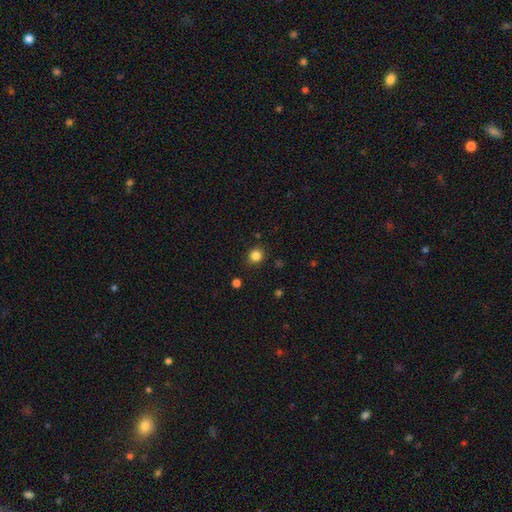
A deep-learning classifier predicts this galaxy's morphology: smooth 84%, star or artifact 12%, featured or disk 4%. Down the decision tree: how rounded — round (86%); merging — none (87%).